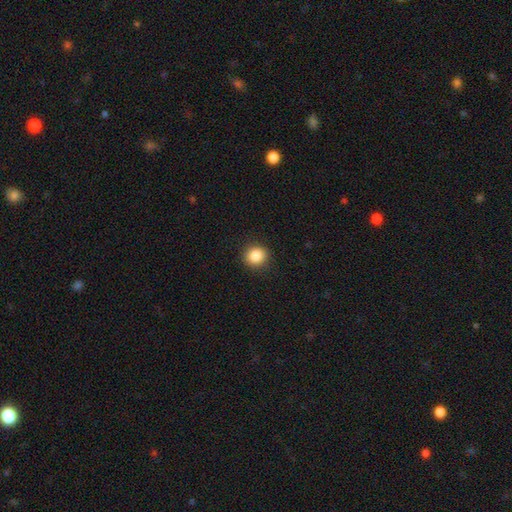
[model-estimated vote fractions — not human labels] smooth_or_featured: smooth (p=0.86) [alt: star or artifact p=0.10]
how_rounded: round (p=0.85) [alt: in between p=0.14]
merging: none (p=0.91) [alt: minor disturbance p=0.06]